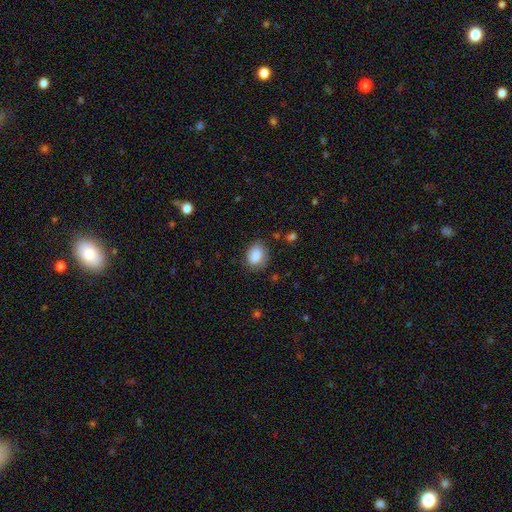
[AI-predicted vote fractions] A smooth galaxy with no disk features (82%) that is in between round and cigar-shaped (69%).

Vote fractions:
- Smooth or featured? smooth: 82% / featured or disk: 10% / star or artifact: 8%
- How rounded? in between: 69% / round: 30% / cigar-shaped: 1%
- Merging? none: 76% / minor disturbance: 17% / major disturbance: 5% / merger: 2%